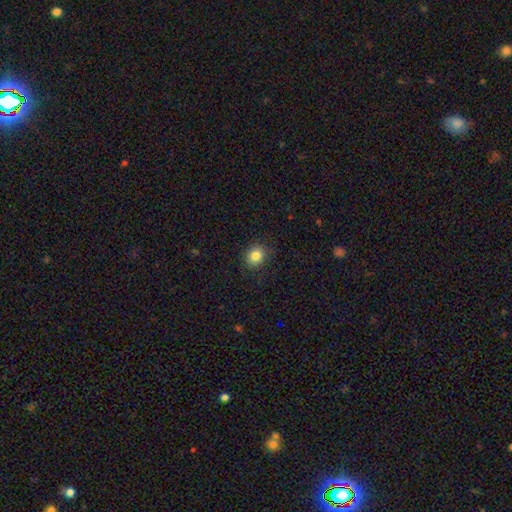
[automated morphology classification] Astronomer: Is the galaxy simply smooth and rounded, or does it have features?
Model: smooth — 84%.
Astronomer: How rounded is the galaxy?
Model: round — 70%.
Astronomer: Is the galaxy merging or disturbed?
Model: none — 88%.